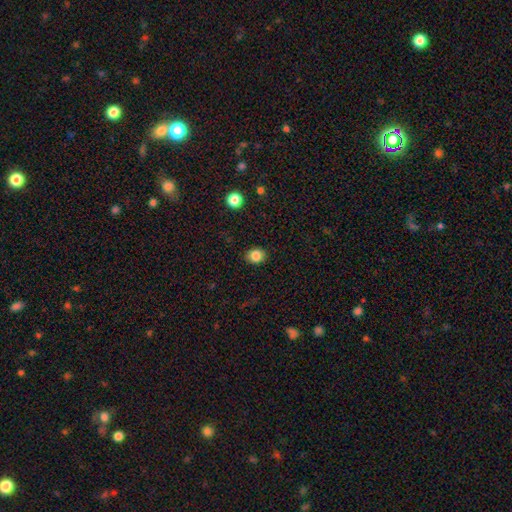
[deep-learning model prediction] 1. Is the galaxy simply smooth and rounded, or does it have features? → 84% smooth, 11% star or artifact, 5% featured or disk.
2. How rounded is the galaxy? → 64% round, 36% in between, 1% cigar-shaped.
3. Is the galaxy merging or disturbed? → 89% none, 7% minor disturbance, 2% major disturbance, 1% merger.